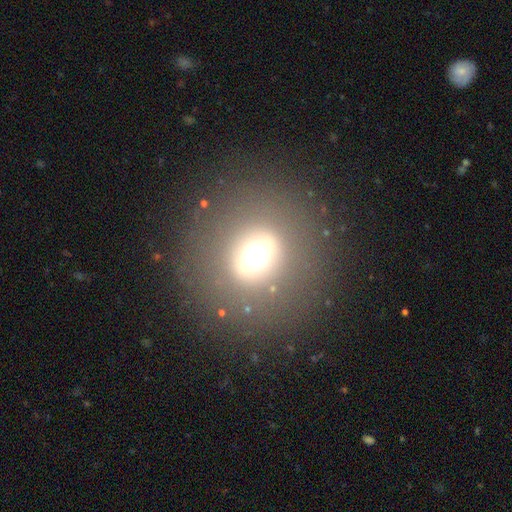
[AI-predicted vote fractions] Smooth or featured?
  - smooth: 59% *
  - star or artifact: 23%
  - featured or disk: 19%
How rounded?
  - round: 87% *
  - in between: 12%
  - cigar-shaped: 1%
Merging?
  - none: 84% *
  - minor disturbance: 8%
  - major disturbance: 7%
  - merger: 2%